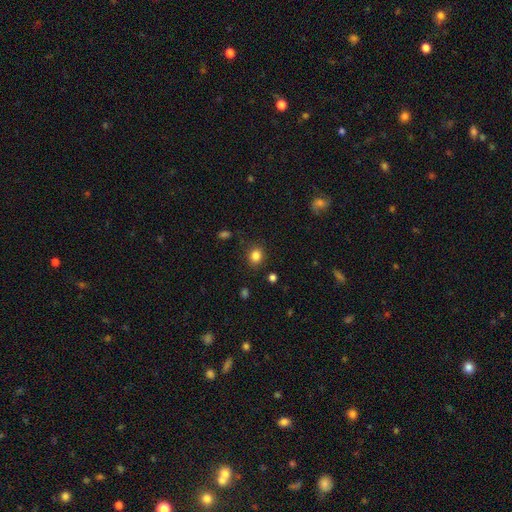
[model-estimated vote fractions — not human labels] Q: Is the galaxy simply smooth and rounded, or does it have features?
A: smooth — 84%.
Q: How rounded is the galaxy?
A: round — 71%.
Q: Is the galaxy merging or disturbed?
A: none — 85%.